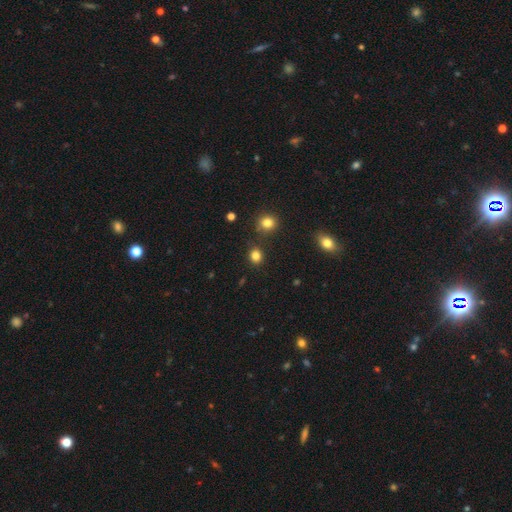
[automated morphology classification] This is clearly a smooth galaxy (83%). How rounded: likely round (74%). Merging: clearly none (83%).